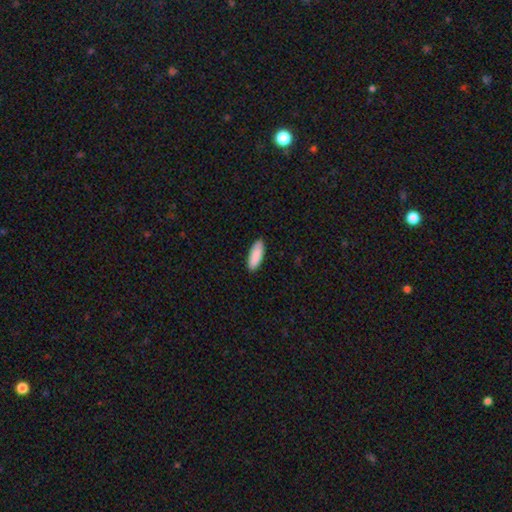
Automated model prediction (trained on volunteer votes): Morphology: type=smooth (90%); roundness=in between (66%); merging=none (89%).